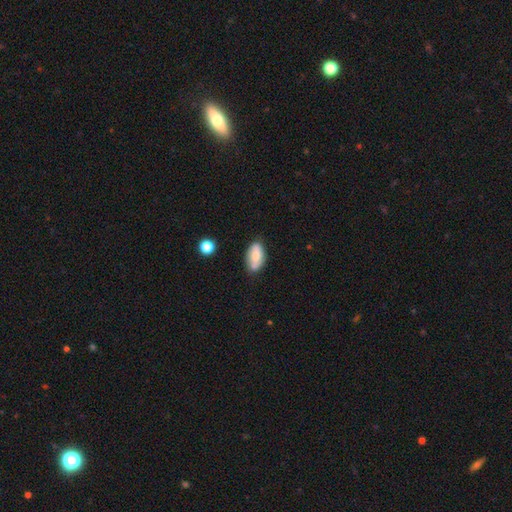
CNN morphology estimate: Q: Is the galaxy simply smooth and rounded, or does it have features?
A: smooth — 65%.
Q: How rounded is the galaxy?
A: in between — 92%.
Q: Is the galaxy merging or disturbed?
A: none — 67%.